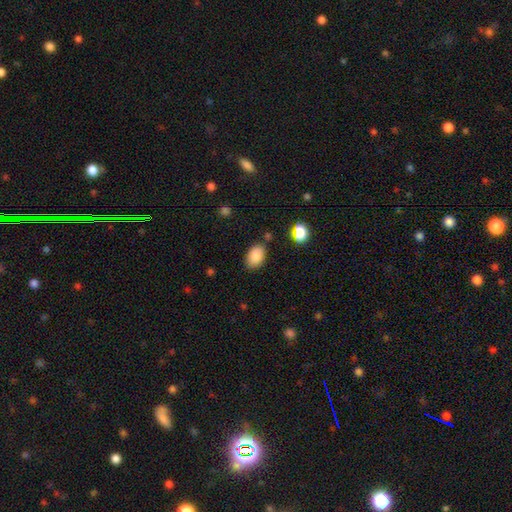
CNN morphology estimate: Smooth or featured? smooth (87%)
How rounded? in between (87%)
Merging? none (78%)